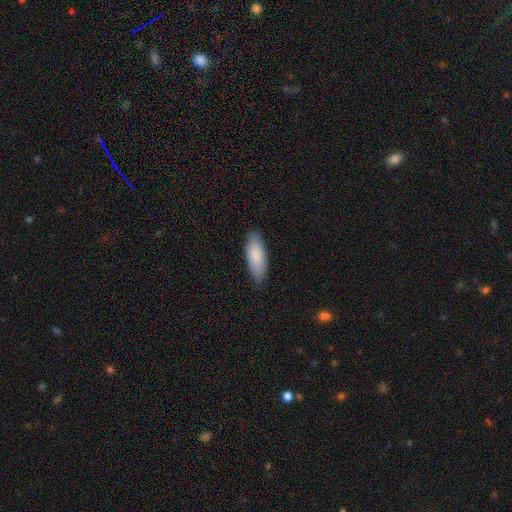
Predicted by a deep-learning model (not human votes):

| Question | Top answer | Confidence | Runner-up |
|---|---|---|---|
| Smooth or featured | smooth | 85% | featured or disk (10%) |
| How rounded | in between | 71% | cigar-shaped (28%) |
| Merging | none | 85% | minor disturbance (12%) |